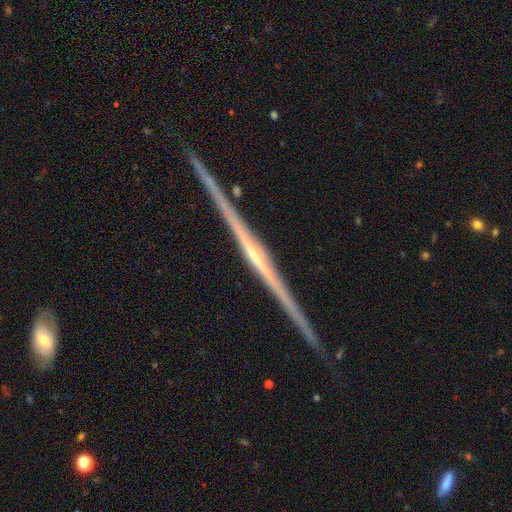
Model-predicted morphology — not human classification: type=featured or disk (87%); edge-on=yes (99%); edge-on bulge=rounded (50%); merging=none (91%).